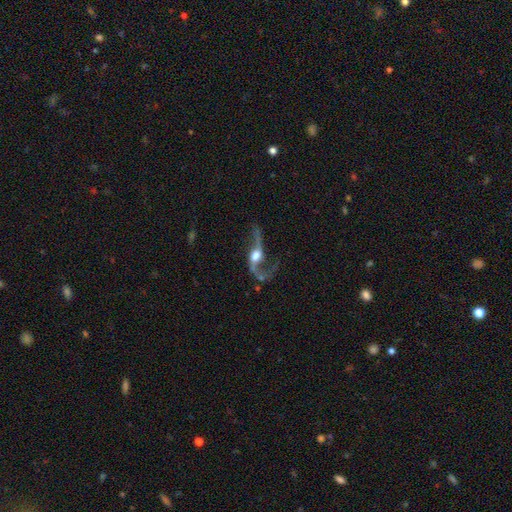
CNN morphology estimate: This is clearly a featured or disk galaxy (86%). It is clearly not viewed edge-on (90%). Bar: possibly no (50%). Spiral arm pattern: clearly yes (93%). Spiral arm count: clearly 2 (91%). Spiral winding: clearly loose (88%). Central bulge: possibly moderate (48%). Merging: possibly none (56%).